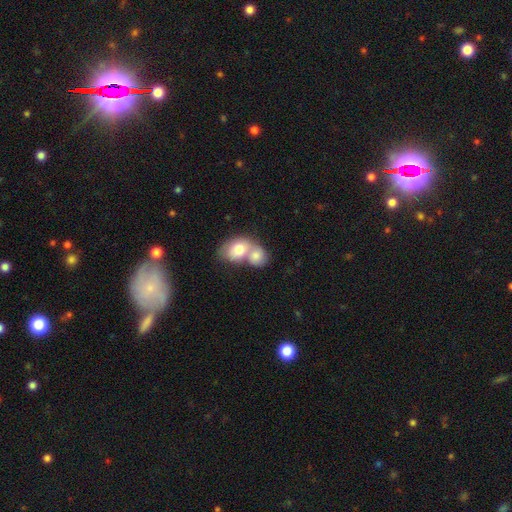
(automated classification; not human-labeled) Smooth or featured?
  - smooth: 75% *
  - featured or disk: 18%
  - star or artifact: 7%
How rounded?
  - in between: 58% *
  - round: 41%
  - cigar-shaped: 1%
Merging?
  - merger: 74% *
  - none: 17%
  - minor disturbance: 5%
  - major disturbance: 3%